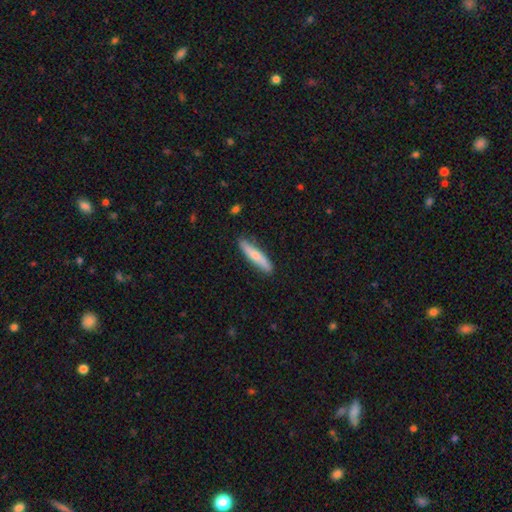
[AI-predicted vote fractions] A smooth galaxy with no disk features (65%) that is cigar-shaped (85%). Merging: none (85%).